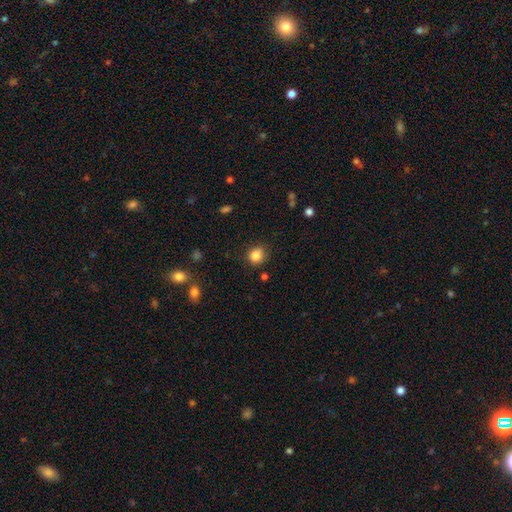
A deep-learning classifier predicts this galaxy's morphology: Smooth or featured? Predicted: smooth (p=0.84). How rounded? Predicted: round (p=0.76). Merging? Predicted: none (p=0.81).